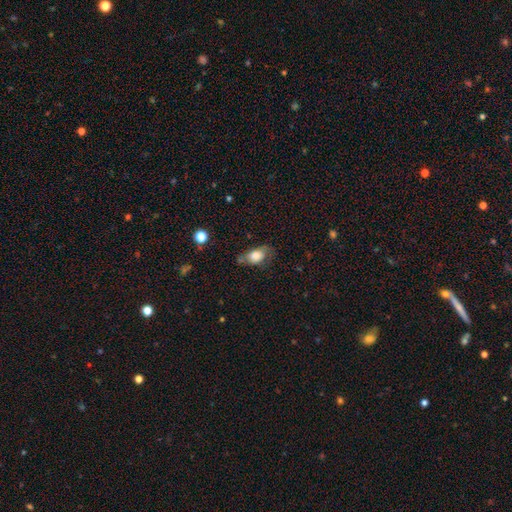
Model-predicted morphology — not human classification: This appears to be a smooth galaxy with no disk features (70%) that is in between round and cigar-shaped (84%). Merging: none (50%).